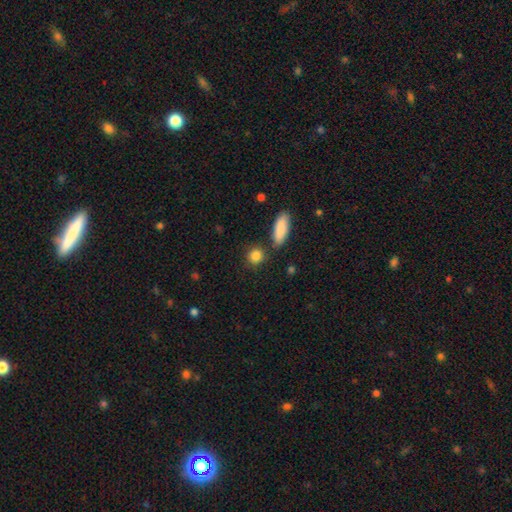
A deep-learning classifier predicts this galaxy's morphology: smooth_or_featured: smooth (p=0.87) [alt: star or artifact p=0.08]
how_rounded: round (p=0.73) [alt: in between p=0.22]
merging: none (p=0.80) [alt: minor disturbance p=0.09]